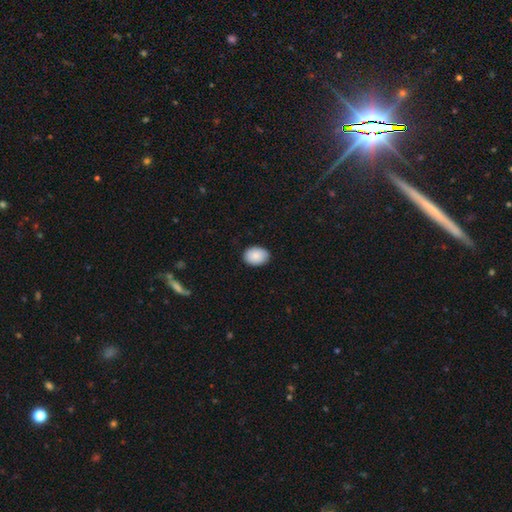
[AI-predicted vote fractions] A smooth galaxy with no disk features (89%) that is in between round and cigar-shaped (73%). Merging: none (86%).